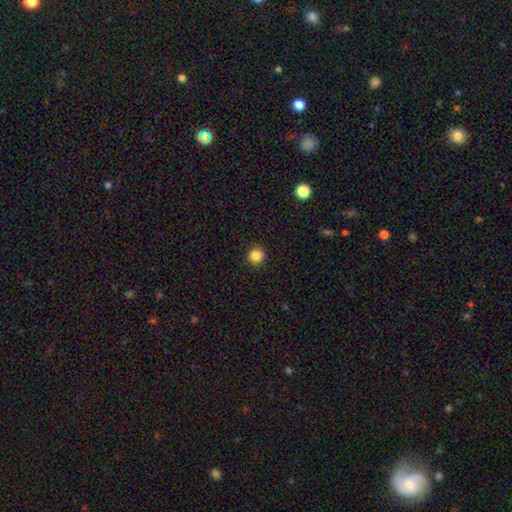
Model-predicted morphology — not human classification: This appears to be a smooth galaxy with no disk features (85%) that is round (94%). Merging: none (92%).